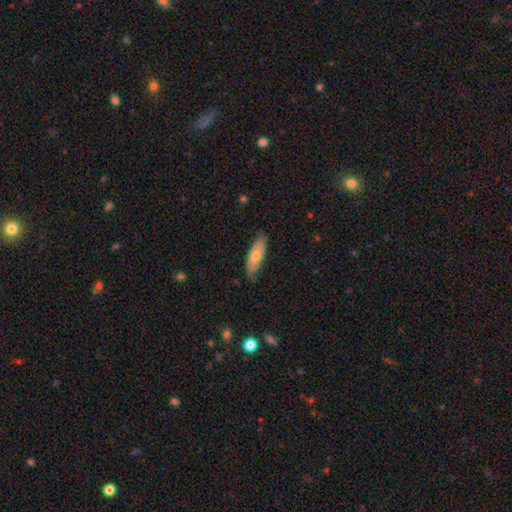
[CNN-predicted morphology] smooth 71%, featured or disk 24%, star or artifact 6%. Down the decision tree: how rounded — in between (59%); merging — none (75%).